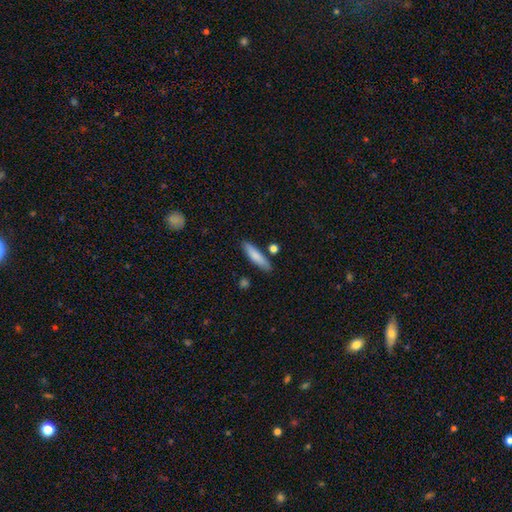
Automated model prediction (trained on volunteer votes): smooth-or-featured: smooth: 81% | featured or disk: 13% | star or artifact: 6%
  how-rounded: cigar-shaped: 78% | in between: 20% | round: 2%
  merging: none: 83% | minor disturbance: 10% | merger: 5% | major disturbance: 2%